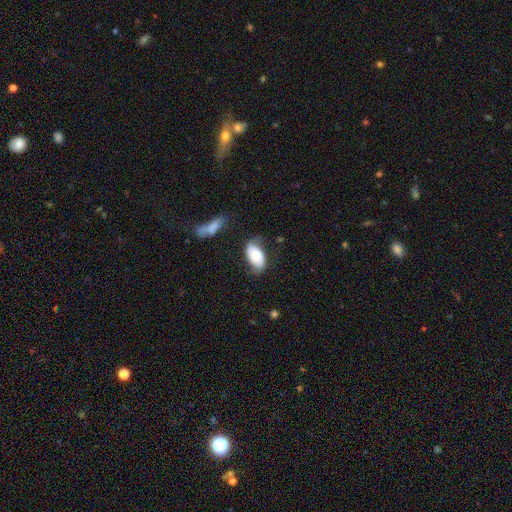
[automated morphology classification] smooth_or_featured: smooth (p=0.61) [alt: featured or disk p=0.33]
how_rounded: in between (p=0.94) [alt: round p=0.04]
merging: none (p=0.62) [alt: minor disturbance p=0.24]